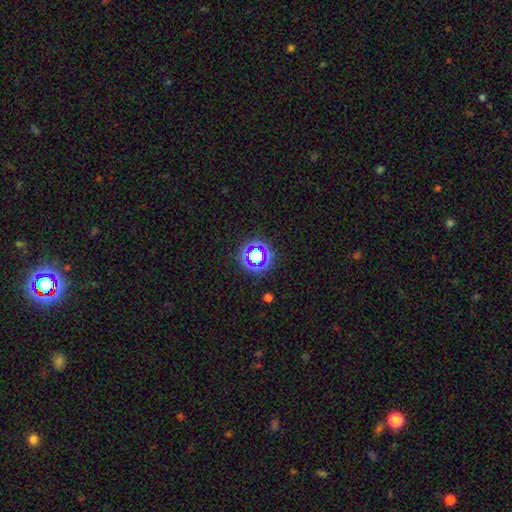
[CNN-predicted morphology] Smooth or featured? star or artifact (53%)